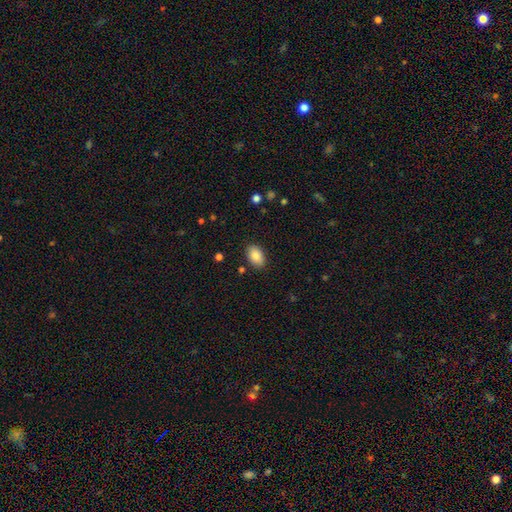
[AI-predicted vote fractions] A smooth galaxy with no disk features (86%) that is in between round and cigar-shaped (89%).

Vote fractions:
- Smooth or featured? smooth: 86% / star or artifact: 7% / featured or disk: 6%
- How rounded? in between: 89% / round: 10% / cigar-shaped: 1%
- Merging? none: 87% / minor disturbance: 9% / major disturbance: 2% / merger: 1%